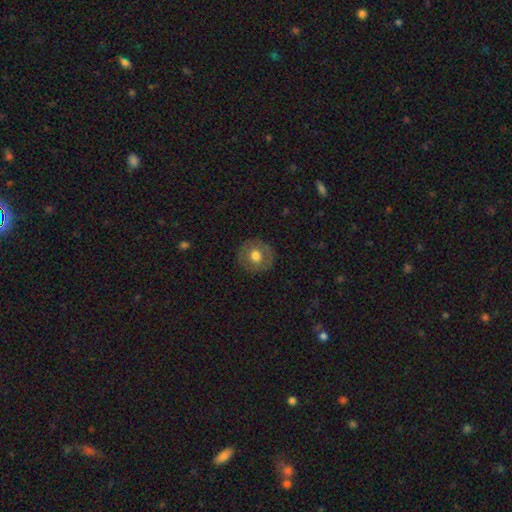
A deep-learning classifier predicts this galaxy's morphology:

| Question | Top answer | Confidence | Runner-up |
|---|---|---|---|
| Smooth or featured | smooth | 66% | featured or disk (25%) |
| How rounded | round | 91% | in between (8%) |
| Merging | none | 88% | minor disturbance (8%) |